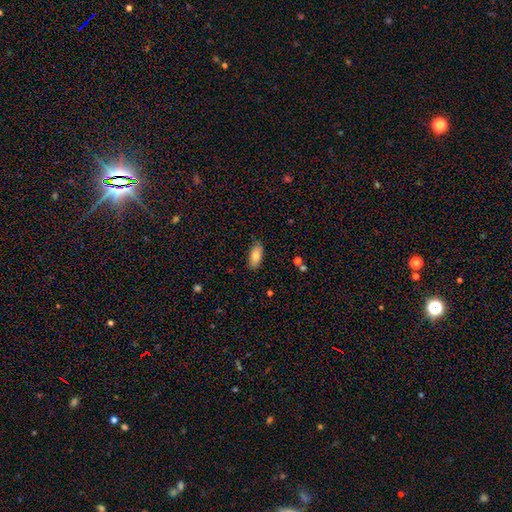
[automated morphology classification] The model was most divided on "smooth or featured": smooth: 82%, featured or disk: 11%, star or artifact: 7%. More confident: how rounded — in between (87%); merging — none (84%).